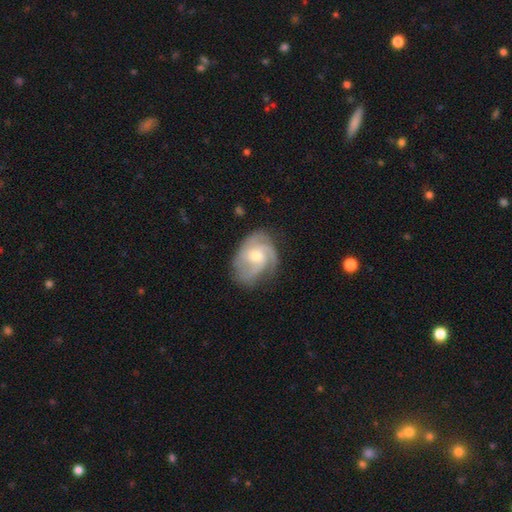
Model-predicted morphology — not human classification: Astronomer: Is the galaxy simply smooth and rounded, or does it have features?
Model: featured or disk — 82%.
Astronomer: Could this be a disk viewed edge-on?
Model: no — 97%.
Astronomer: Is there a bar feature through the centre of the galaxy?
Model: no — 66%.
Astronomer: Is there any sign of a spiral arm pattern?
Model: yes — 96%.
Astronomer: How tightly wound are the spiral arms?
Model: tight — 45% (runner-up: medium, 43%).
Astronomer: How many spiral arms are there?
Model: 3 — 54%.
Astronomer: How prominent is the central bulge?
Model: moderate — 57% (runner-up: small, 37%).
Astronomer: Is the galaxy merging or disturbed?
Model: none — 66%.